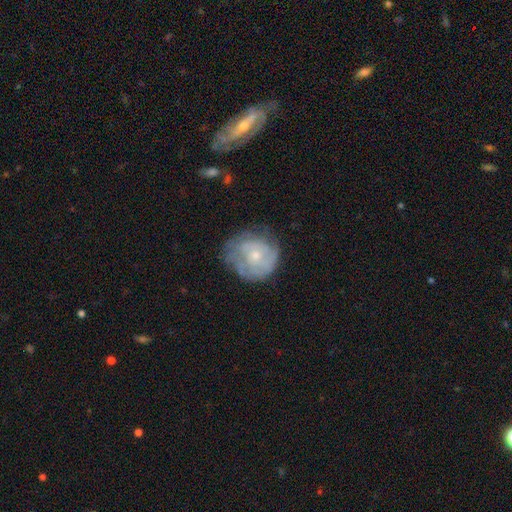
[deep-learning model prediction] Smooth or featured?
  - featured or disk: 60% *
  - smooth: 33%
  - star or artifact: 8%
Edge-on disk?
  - no: 97% *
  - yes: 3%
Bar?
  - no: 82% *
  - weak: 15%
  - strong: 2%
Spiral arms?
  - yes: 66% *
  - no: 34%
Bulge size?
  - small: 60% *
  - moderate: 35%
  - none: 2%
  - large: 2%
  - dominant: 1%
Merging?
  - none: 60% *
  - minor disturbance: 26%
  - major disturbance: 13%
  - merger: 2%